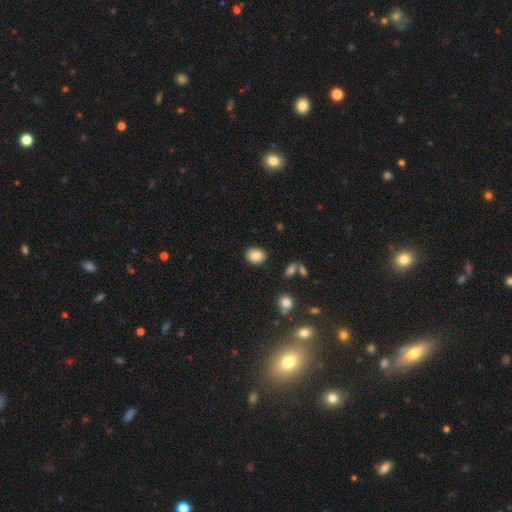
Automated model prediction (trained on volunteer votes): Overall: smooth (84%). How rounded: in between (53%; round 46%). Merging: none (88%).